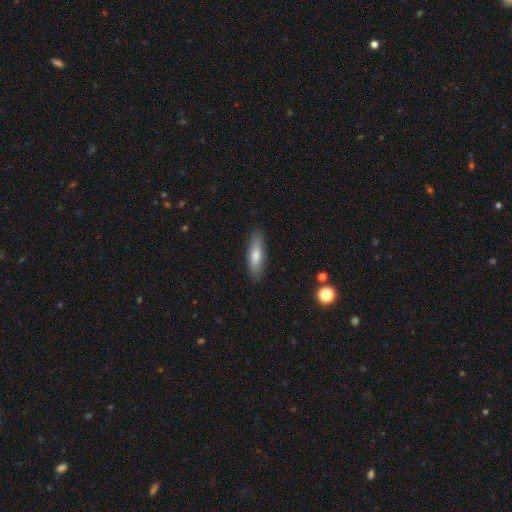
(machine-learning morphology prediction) Smooth or featured?
  - smooth: 76% *
  - featured or disk: 18%
  - star or artifact: 6%
How rounded?
  - cigar-shaped: 58% *
  - in between: 40%
  - round: 2%
Merging?
  - none: 86% *
  - minor disturbance: 11%
  - major disturbance: 2%
  - merger: 1%